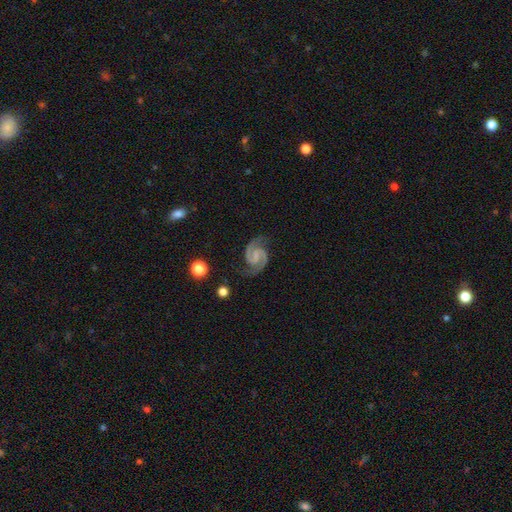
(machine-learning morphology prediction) A featured or disk galaxy (92%) with a weak bar (49%), 2 (95%) medium (60%) spiral arms (98%) and no central bulge (45%). Merging: none (81%).